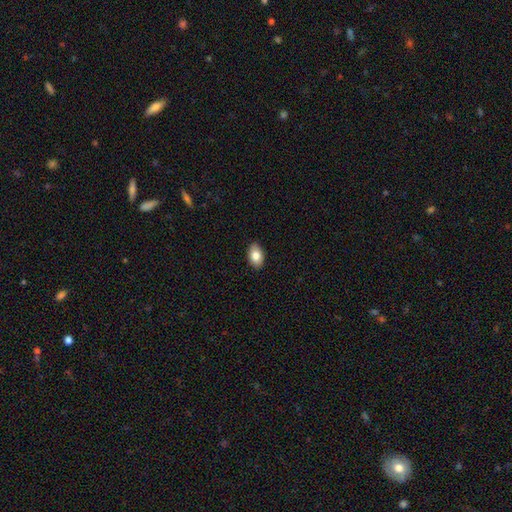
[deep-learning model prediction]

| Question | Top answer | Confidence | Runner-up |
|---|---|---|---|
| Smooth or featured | smooth | 84% | featured or disk (9%) |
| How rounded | in between | 89% | round (9%) |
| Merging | none | 89% | minor disturbance (9%) |